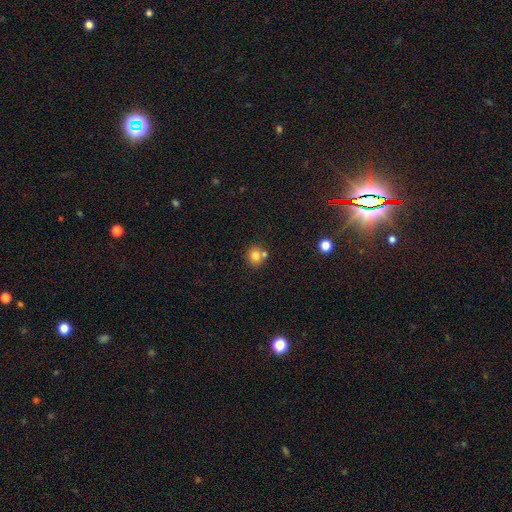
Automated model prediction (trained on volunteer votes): smooth-or-featured: smooth: 78% | star or artifact: 12% | featured or disk: 10%
  how-rounded: round: 81% | in between: 18% | cigar-shaped: 1%
  merging: none: 60% | merger: 28% | minor disturbance: 10% | major disturbance: 3%